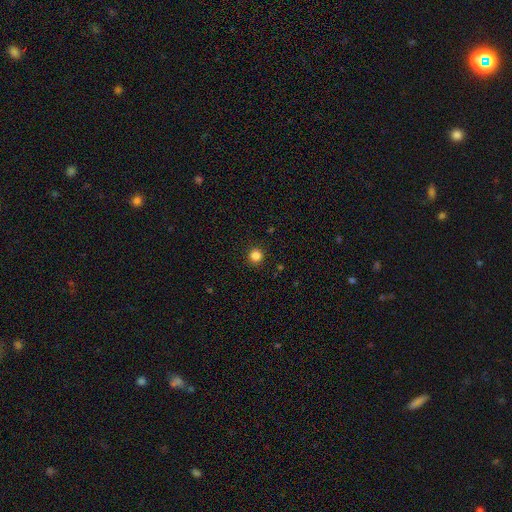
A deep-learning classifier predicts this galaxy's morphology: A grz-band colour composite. It shows a smooth galaxy with no disk features (84%) that is round (95%). Merging: none (93%).